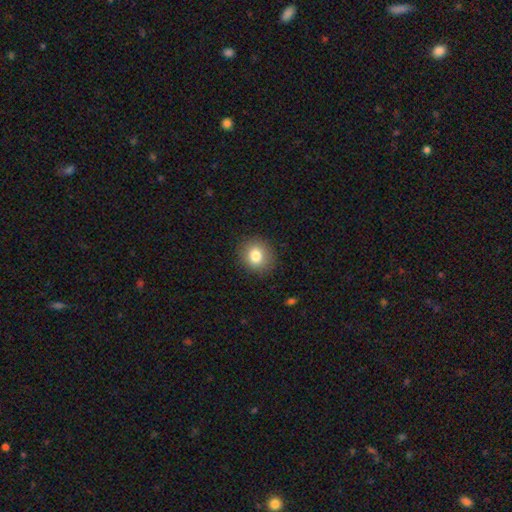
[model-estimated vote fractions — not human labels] Smooth or featured?
  - smooth: 82% *
  - star or artifact: 10%
  - featured or disk: 8%
How rounded?
  - round: 76% *
  - in between: 24%
  - cigar-shaped: 1%
Merging?
  - none: 89% *
  - minor disturbance: 8%
  - major disturbance: 3%
  - merger: 1%